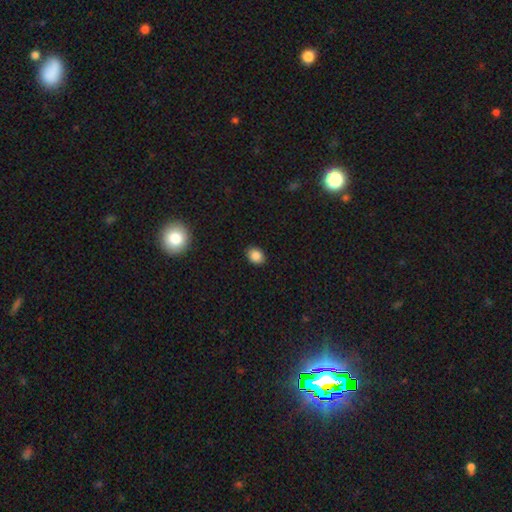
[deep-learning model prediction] Smooth or featured: smooth — 86% (star or artifact — 10%)
How rounded: in between — 63% (round — 36%)
Merging: none — 89% (minor disturbance — 8%)